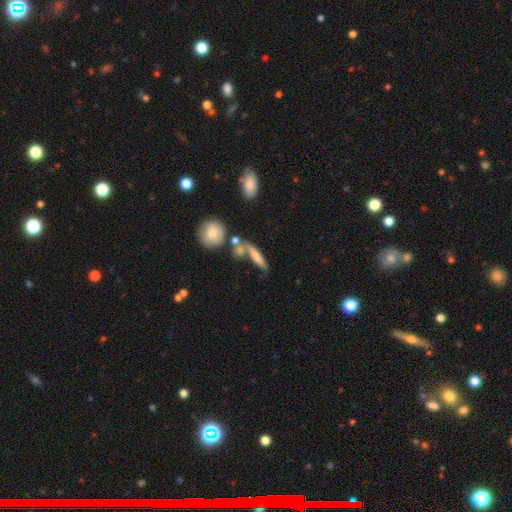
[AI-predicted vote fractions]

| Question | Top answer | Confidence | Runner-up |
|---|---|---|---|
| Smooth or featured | smooth | 63% | featured or disk (27%) |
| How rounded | cigar-shaped | 69% | in between (25%) |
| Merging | none | 46% | merger (28%) |